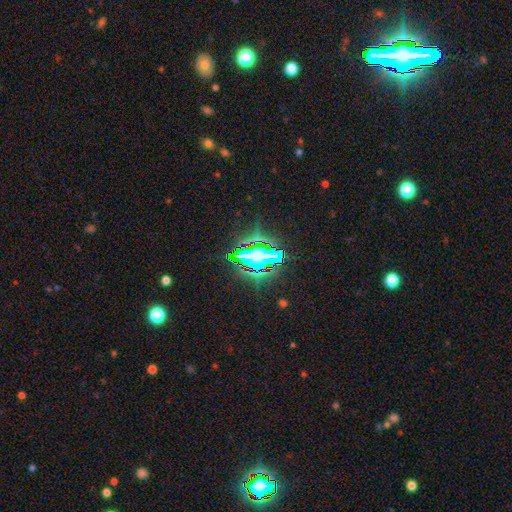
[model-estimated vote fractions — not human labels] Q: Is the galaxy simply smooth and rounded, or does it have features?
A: star or artifact — 68%.